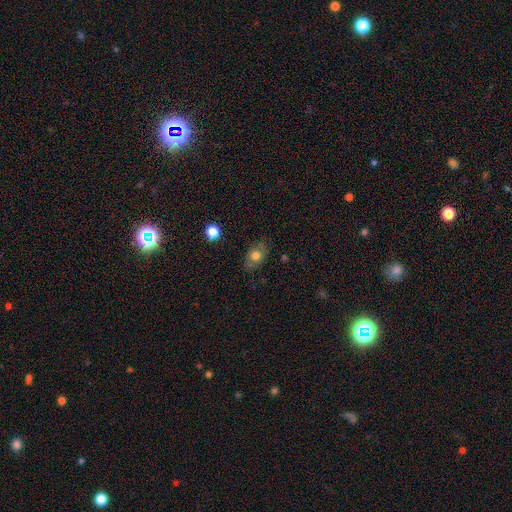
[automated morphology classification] Smooth or featured: smooth — 69% (featured or disk — 22%)
How rounded: in between — 77% (round — 22%)
Merging: none — 79% (minor disturbance — 16%)